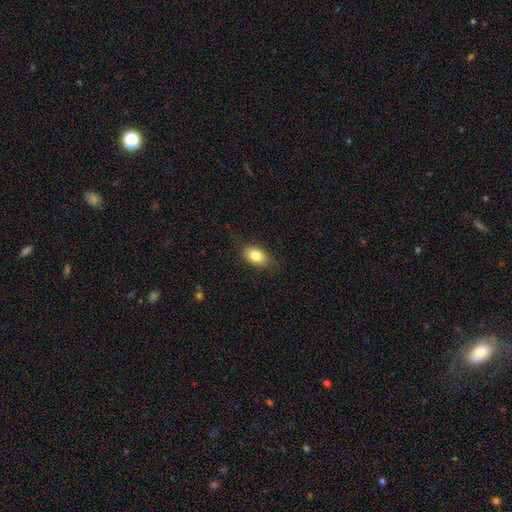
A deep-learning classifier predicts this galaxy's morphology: Smooth or featured? smooth (82%)
How rounded? in between (88%)
Merging? none (83%)